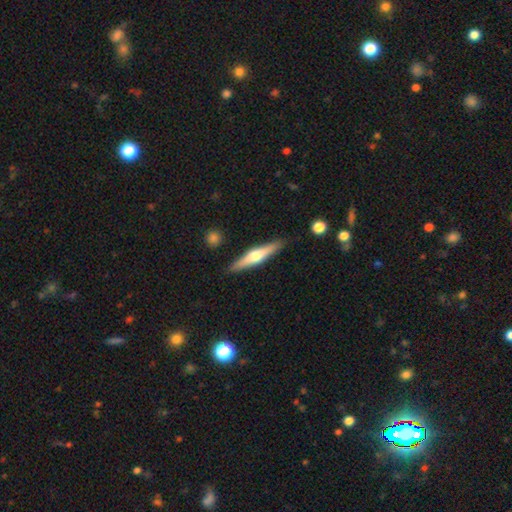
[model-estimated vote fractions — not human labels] Smooth or featured?
  - featured or disk: 57% *
  - smooth: 38%
  - star or artifact: 5%
Edge-on disk?
  - yes: 96% *
  - no: 4%
Edge-on bulge?
  - rounded: 91% *
  - none: 5%
  - boxy: 4%
Merging?
  - none: 89% *
  - minor disturbance: 8%
  - major disturbance: 2%
  - merger: 2%